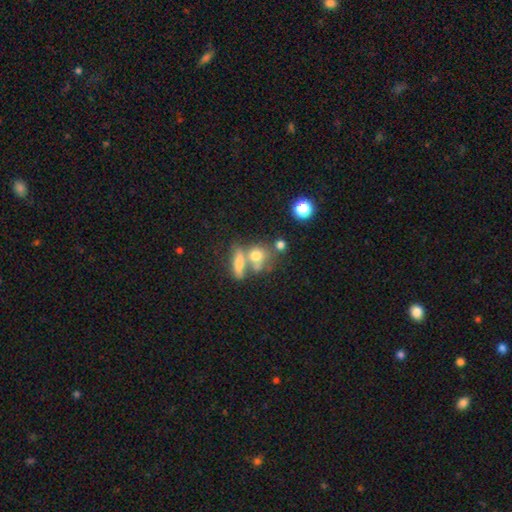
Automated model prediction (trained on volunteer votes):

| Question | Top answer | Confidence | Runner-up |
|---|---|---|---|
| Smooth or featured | smooth | 68% | featured or disk (20%) |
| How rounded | round | 52% | in between (38%) |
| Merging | merger | 43% | none (40%) |